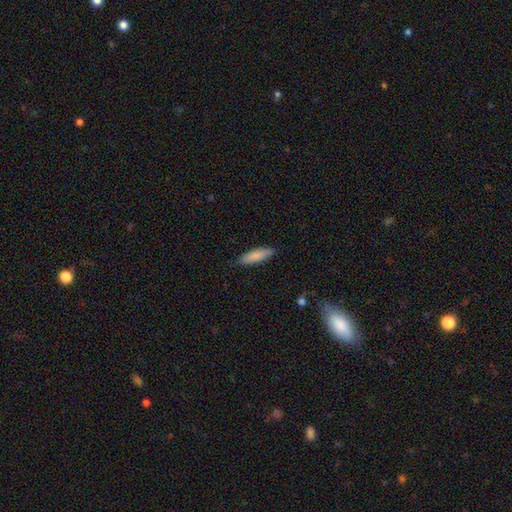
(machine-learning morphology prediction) Q: Smooth or featured?
A: smooth (83%); runner-up: featured or disk (11%)
Q: How rounded?
A: cigar-shaped (62%); runner-up: in between (36%)
Q: Merging?
A: none (85%); runner-up: minor disturbance (12%)